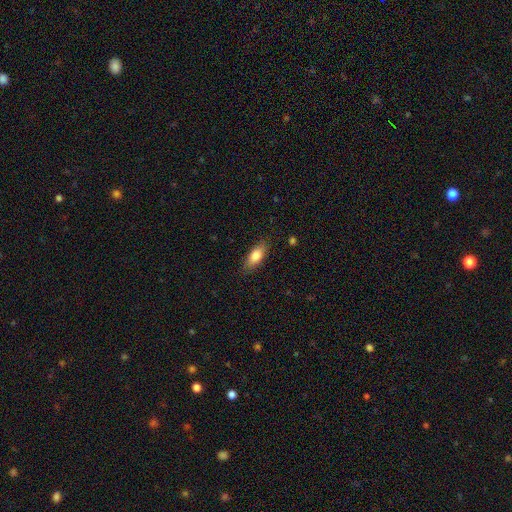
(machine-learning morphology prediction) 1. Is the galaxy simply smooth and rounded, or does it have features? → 79% smooth, 14% featured or disk, 7% star or artifact.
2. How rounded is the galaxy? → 75% in between, 22% cigar-shaped, 3% round.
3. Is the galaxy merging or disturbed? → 83% none, 13% minor disturbance, 3% major disturbance, 1% merger.